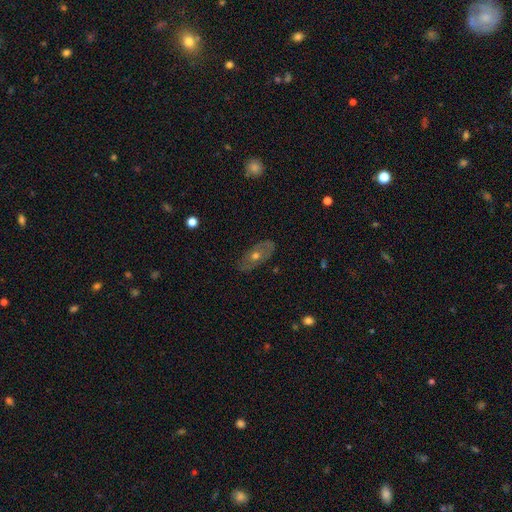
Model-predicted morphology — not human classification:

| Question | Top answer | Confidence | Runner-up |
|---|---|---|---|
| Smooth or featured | featured or disk | 56% | smooth (34%) |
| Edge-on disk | no | 79% | yes (21%) |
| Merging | none | 80% | minor disturbance (15%) |